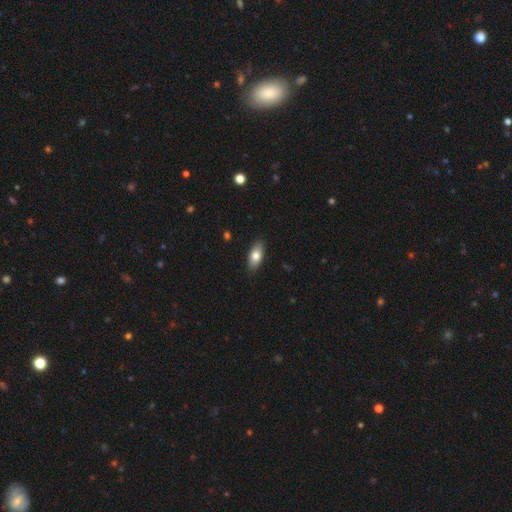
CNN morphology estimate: Q: Smooth or featured?
A: smooth (78%); runner-up: featured or disk (16%)
Q: How rounded?
A: in between (86%); runner-up: cigar-shaped (11%)
Q: Merging?
A: none (88%); runner-up: minor disturbance (9%)